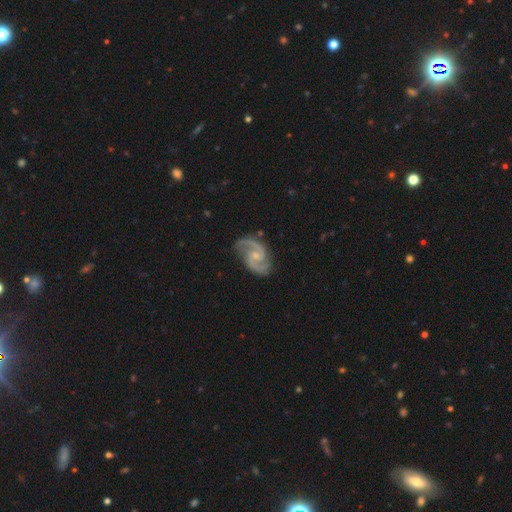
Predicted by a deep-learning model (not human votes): This appears to be a featured or disk galaxy (93%) with no bar (49%), 2 (93%) medium (63%) spiral arms (99%) and a small central bulge (63%). Merging: none (80%).